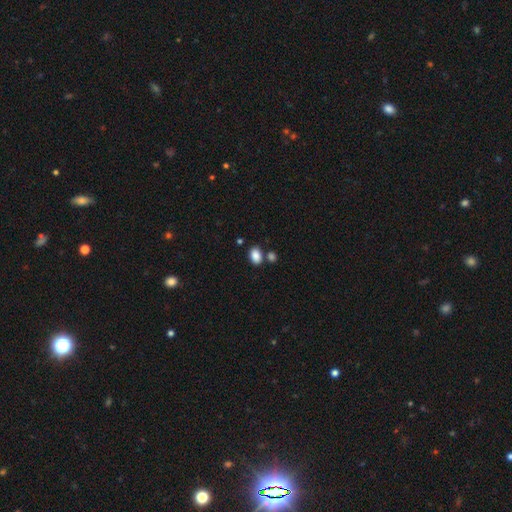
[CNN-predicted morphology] A smooth galaxy with no disk features (87%) that is in between round and cigar-shaped (83%).

Vote fractions:
- Smooth or featured? smooth: 87% / star or artifact: 9% / featured or disk: 4%
- How rounded? in between: 83% / round: 16% / cigar-shaped: 1%
- Merging? none: 69% / merger: 16% / minor disturbance: 11% / major disturbance: 3%